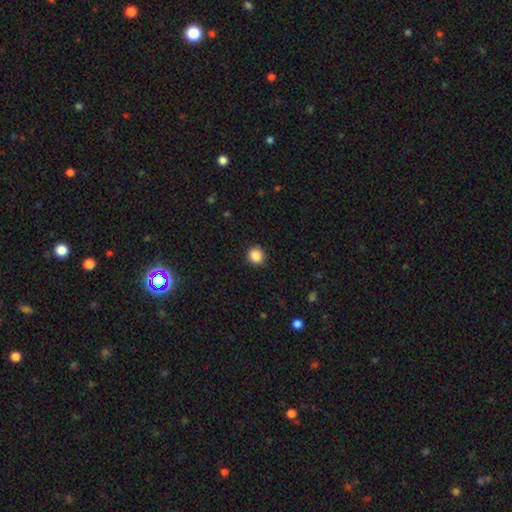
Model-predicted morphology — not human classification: Smooth or featured: smooth — 88% (star or artifact — 9%)
How rounded: round — 84% (in between — 16%)
Merging: none — 90% (minor disturbance — 7%)